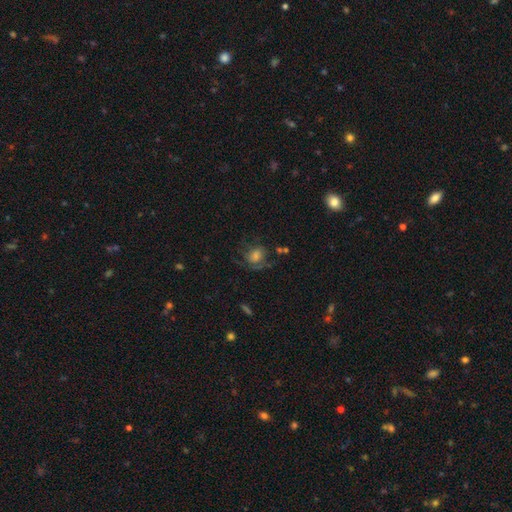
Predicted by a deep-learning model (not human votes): smooth-or-featured: featured or disk: 40% | smooth: 39% | star or artifact: 21%
  merging: none: 54% | major disturbance: 22% | minor disturbance: 20% | merger: 4%